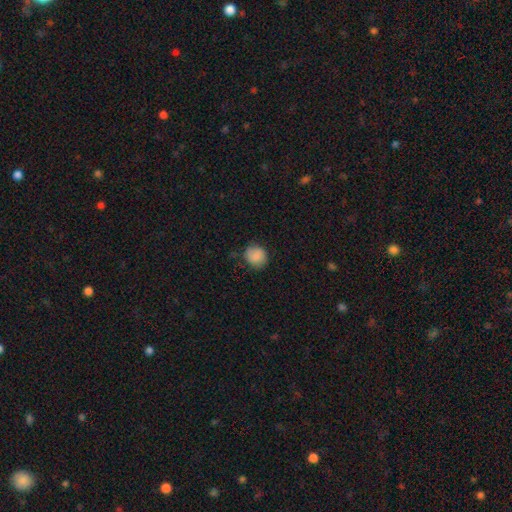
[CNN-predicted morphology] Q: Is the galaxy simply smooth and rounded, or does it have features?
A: smooth — 85%.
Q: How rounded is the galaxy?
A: round — 81%.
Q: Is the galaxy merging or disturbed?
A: none — 73%.